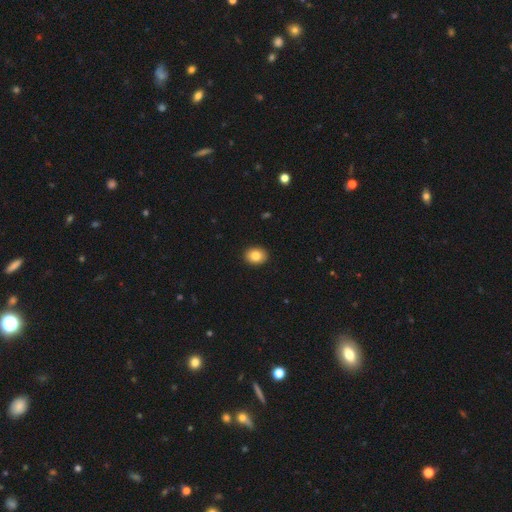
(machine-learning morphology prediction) smooth_or_featured: smooth (p=0.83) [alt: star or artifact p=0.09]
how_rounded: round (p=0.51) [alt: in between p=0.48]
merging: none (p=0.92) [alt: minor disturbance p=0.06]